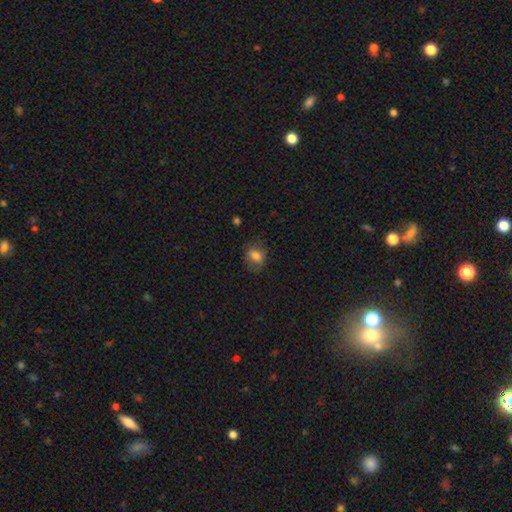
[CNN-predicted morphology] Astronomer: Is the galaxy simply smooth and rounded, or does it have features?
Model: smooth — 75%.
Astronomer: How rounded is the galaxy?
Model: in between — 52% (runner-up: round, 47%).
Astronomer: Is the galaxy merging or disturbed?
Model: none — 70%.